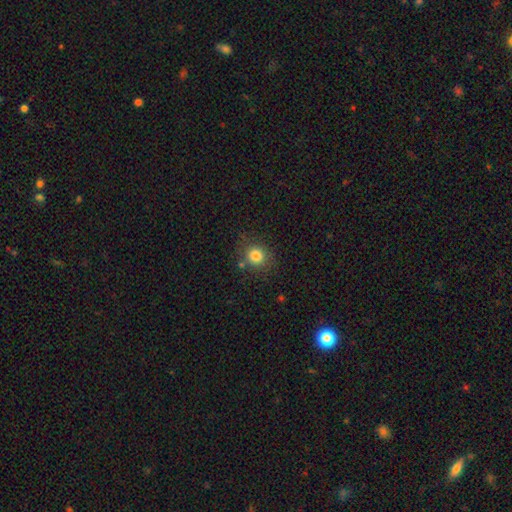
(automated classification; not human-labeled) Morphology: type=smooth (82%); roundness=round (85%); merging=none (79%).